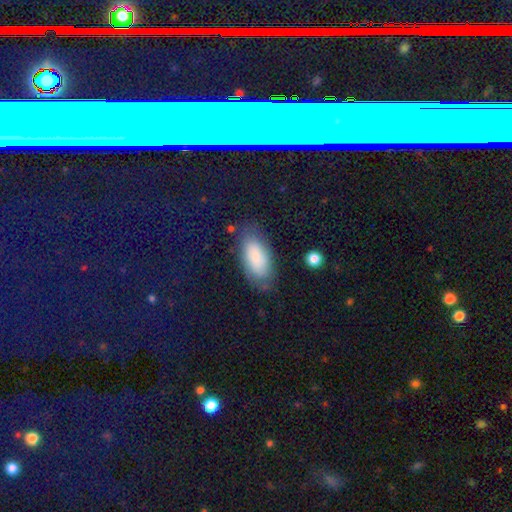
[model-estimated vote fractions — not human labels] This is likely a smooth galaxy (76%). How rounded: clearly in between (90%). Merging: likely none (72%).